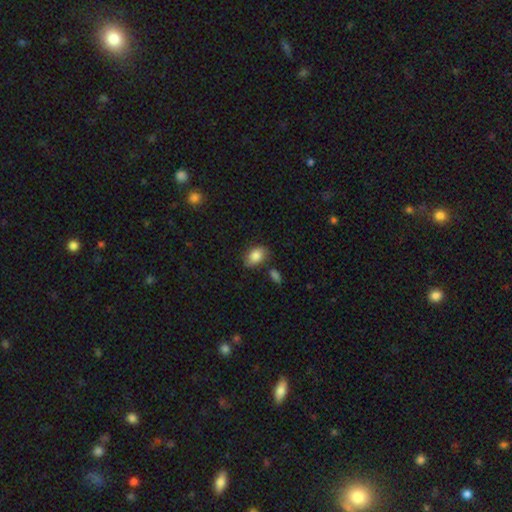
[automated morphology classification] smooth_or_featured: smooth (p=0.85) [alt: featured or disk p=0.08]
how_rounded: in between (p=0.87) [alt: round p=0.12]
merging: none (p=0.73) [alt: minor disturbance p=0.18]